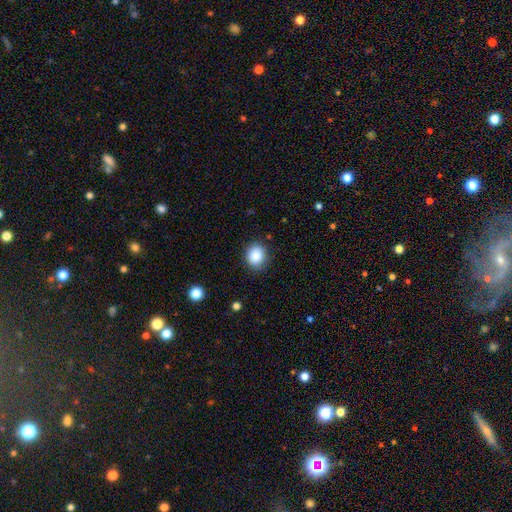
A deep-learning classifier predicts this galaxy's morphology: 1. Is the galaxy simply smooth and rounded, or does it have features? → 87% smooth, 9% star or artifact, 4% featured or disk.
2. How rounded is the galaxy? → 74% round, 25% in between, 1% cigar-shaped.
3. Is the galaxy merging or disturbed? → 84% none, 12% minor disturbance, 3% major disturbance, 1% merger.